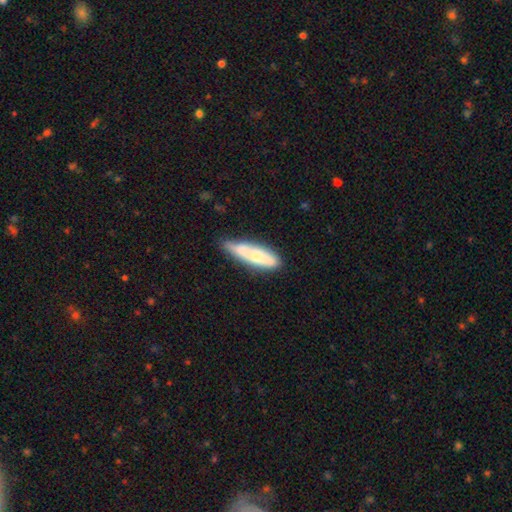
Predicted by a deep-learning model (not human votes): Smooth or featured: smooth — 62% (featured or disk — 32%)
How rounded: cigar-shaped — 65% (in between — 33%)
Merging: none — 57% (minor disturbance — 30%)